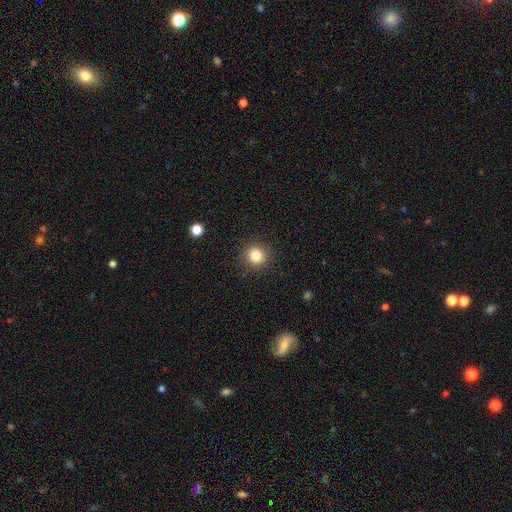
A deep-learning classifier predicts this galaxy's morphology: A smooth galaxy with no disk features (83%) that is round (92%). Merging: none (90%).